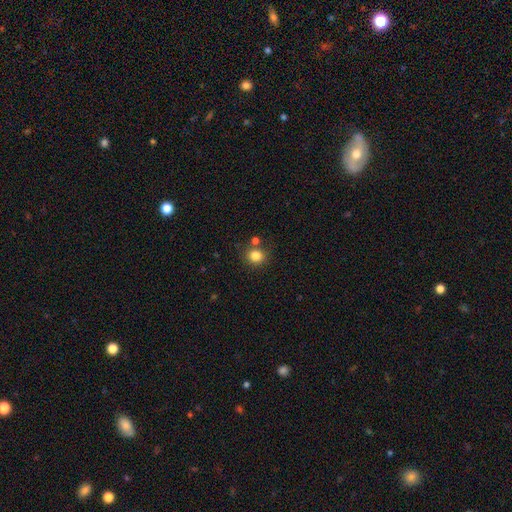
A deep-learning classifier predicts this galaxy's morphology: This appears to be a smooth galaxy with no disk features (83%) that is round (86%). Merging: none (76%).